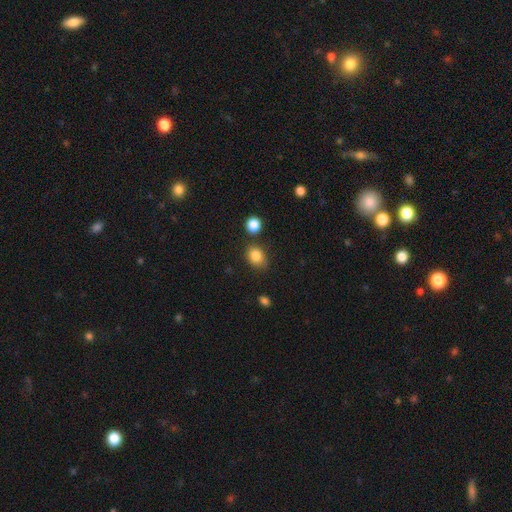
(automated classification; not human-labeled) This is clearly a smooth galaxy (84%). How rounded: possibly in between (60%). Merging: likely none (70%).